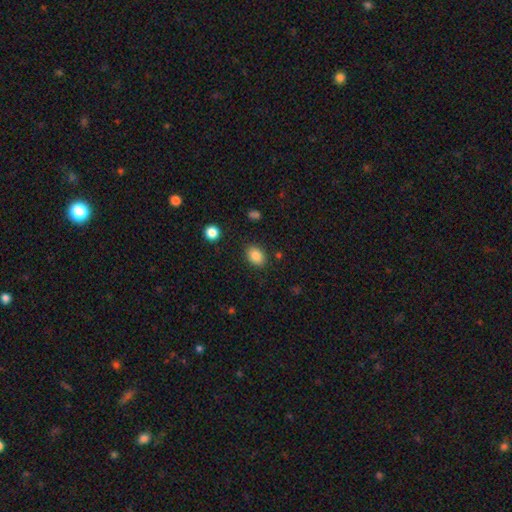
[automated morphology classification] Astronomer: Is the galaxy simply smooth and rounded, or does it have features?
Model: smooth — 86%.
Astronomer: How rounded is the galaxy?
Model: in between — 74%.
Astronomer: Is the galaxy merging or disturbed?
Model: none — 85%.